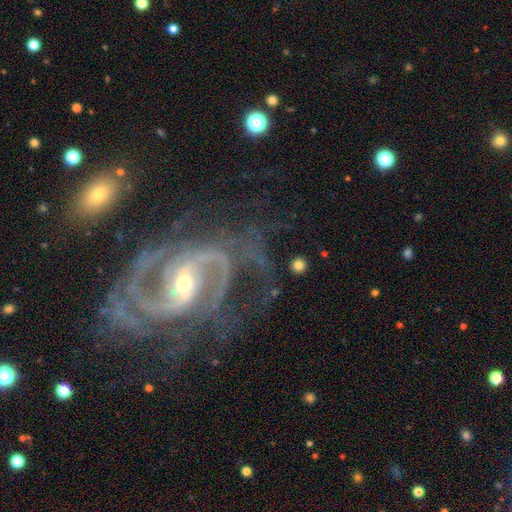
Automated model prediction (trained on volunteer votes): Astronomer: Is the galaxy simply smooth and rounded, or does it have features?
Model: featured or disk — 90%.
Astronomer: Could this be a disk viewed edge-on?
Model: no — 98%.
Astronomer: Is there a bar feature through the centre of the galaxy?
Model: weak — 39% (runner-up: strong, 38%).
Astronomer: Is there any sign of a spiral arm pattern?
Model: yes — 98%.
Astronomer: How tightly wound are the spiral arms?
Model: medium — 54%.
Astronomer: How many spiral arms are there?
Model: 2 — 64%.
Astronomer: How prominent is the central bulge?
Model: small — 53% (runner-up: moderate, 43%).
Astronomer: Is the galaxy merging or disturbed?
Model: none — 56%.